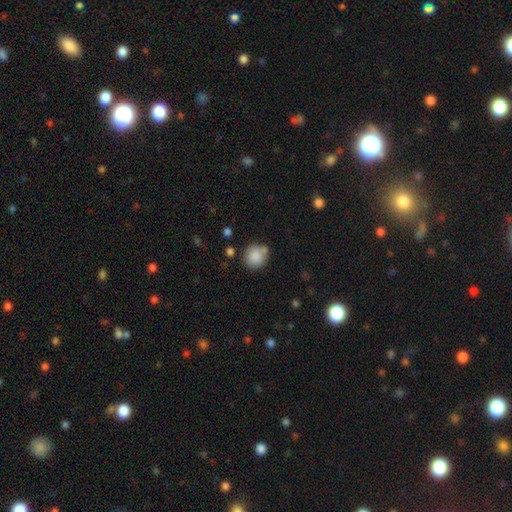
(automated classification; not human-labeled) Morphology: type=smooth (86%); roundness=round (87%); merging=none (71%).